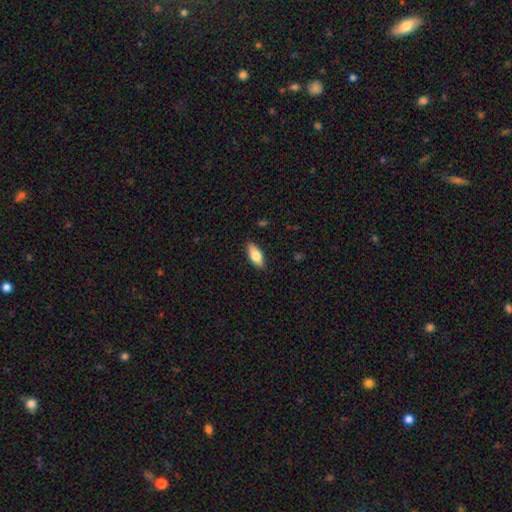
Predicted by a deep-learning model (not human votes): Q: Smooth or featured?
A: smooth (73%); runner-up: featured or disk (21%)
Q: How rounded?
A: in between (82%); runner-up: cigar-shaped (15%)
Q: Merging?
A: none (87%); runner-up: minor disturbance (10%)